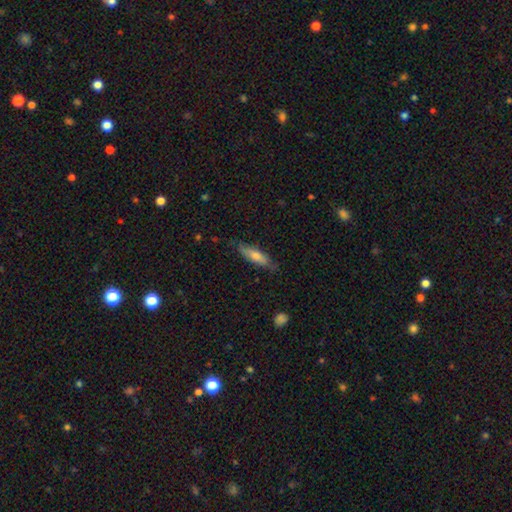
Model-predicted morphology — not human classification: Overall: smooth (63%; featured or disk 32%). How rounded: cigar-shaped (67%; in between 31%). Merging: none (77%).